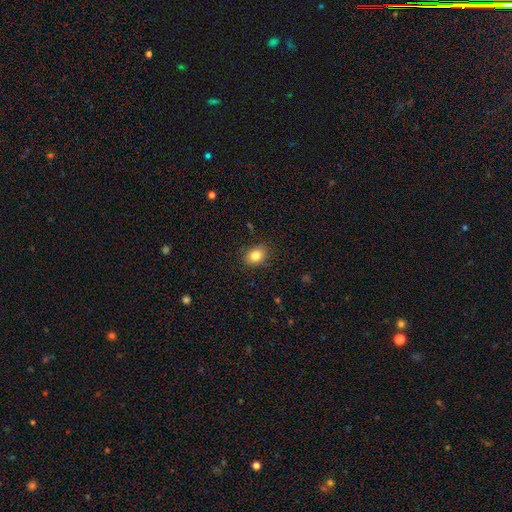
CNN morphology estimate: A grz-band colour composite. It shows a smooth galaxy with no disk features (83%) that is in between round and cigar-shaped (57%). Merging: none (87%).